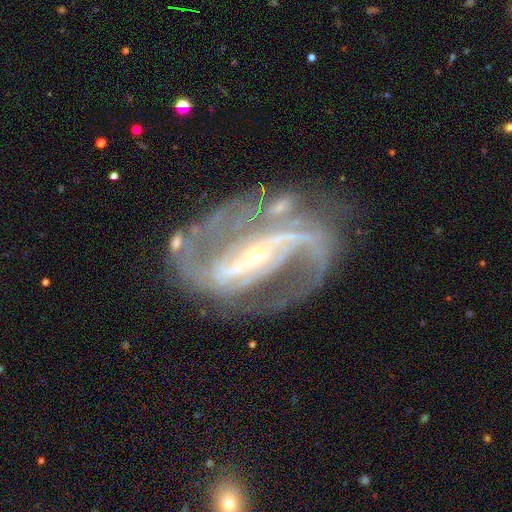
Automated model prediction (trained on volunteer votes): The model was most divided on "spiral winding": medium: 51%, loose: 26%, tight: 23%. More confident: spiral arms — yes (96%); edge-on disk — no (96%); smooth or featured — featured or disk (91%); bulge size — small (82%); spiral arm count — 2 (79%); bar — strong (67%); merging — none (60%).